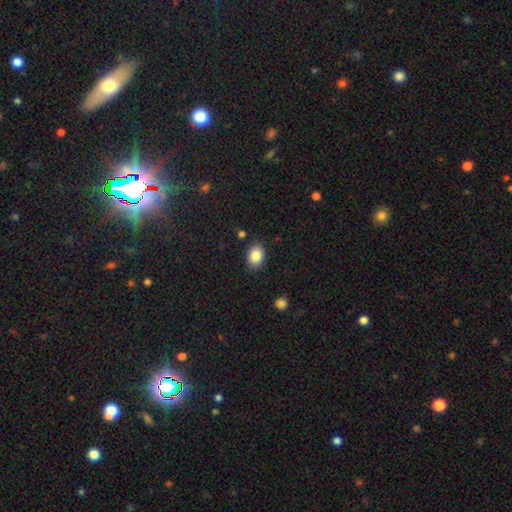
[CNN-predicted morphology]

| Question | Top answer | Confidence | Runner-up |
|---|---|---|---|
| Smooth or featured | smooth | 86% | star or artifact (8%) |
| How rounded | in between | 69% | round (30%) |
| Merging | none | 85% | minor disturbance (10%) |